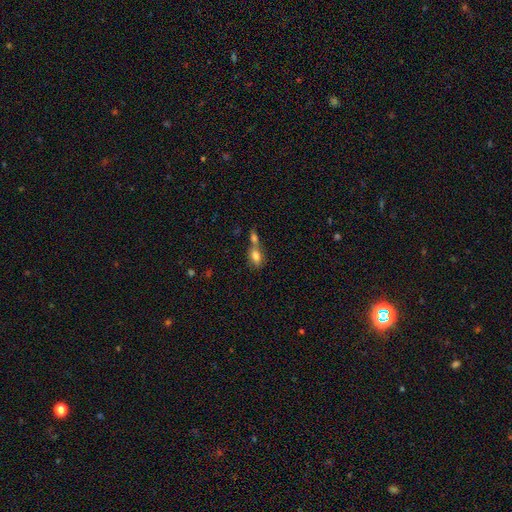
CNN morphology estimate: Smooth or featured? smooth (78%)
How rounded? in between (83%)
Merging? merger (54%)